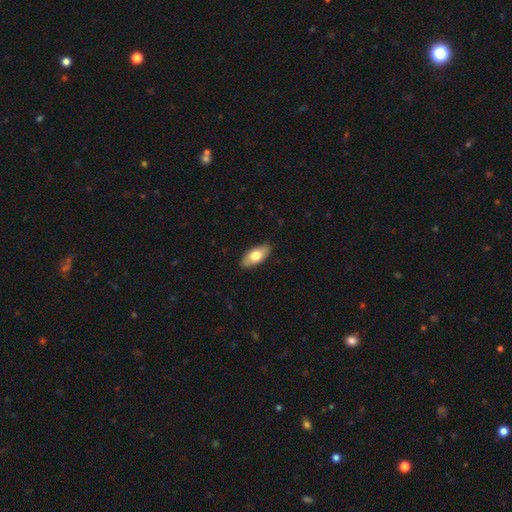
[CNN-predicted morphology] A smooth galaxy with no disk features (72%) that is in between round and cigar-shaped (88%).

Vote fractions:
- Smooth or featured? smooth: 72% / featured or disk: 22% / star or artifact: 6%
- How rounded? in between: 88% / cigar-shaped: 9% / round: 3%
- Merging? none: 89% / minor disturbance: 9% / major disturbance: 2% / merger: 1%